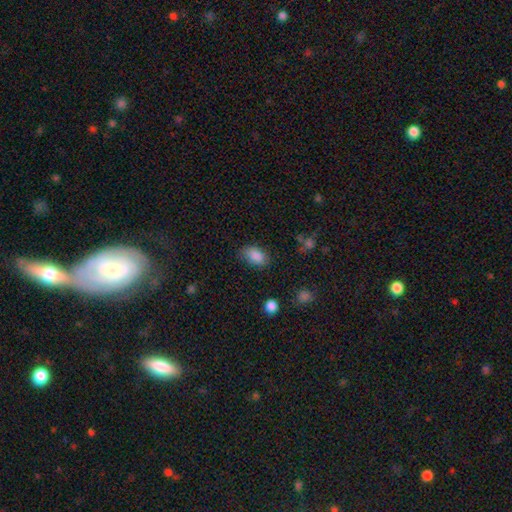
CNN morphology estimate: The model was most divided on "merging": none: 77%, minor disturbance: 17%, major disturbance: 4%, merger: 2%. More confident: how rounded — in between (90%); smooth or featured — smooth (87%).